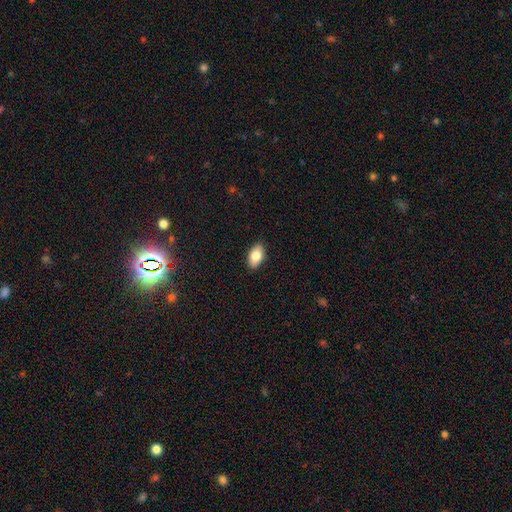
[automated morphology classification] smooth 83%, featured or disk 10%, star or artifact 7%. Down the decision tree: how rounded — in between (93%); merging — none (89%).